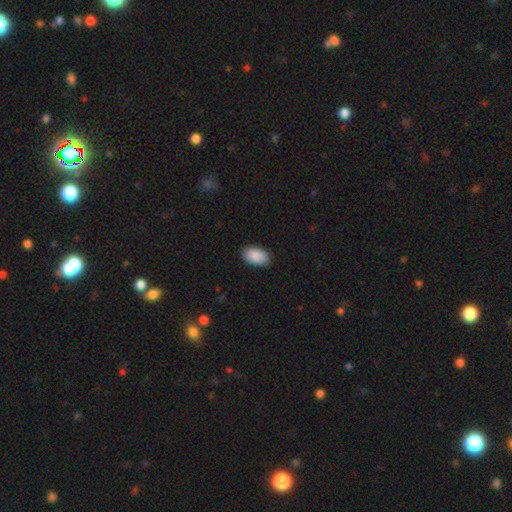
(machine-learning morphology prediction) Smooth or featured: smooth — 91% (star or artifact — 6%)
How rounded: in between — 95% (round — 4%)
Merging: none — 89% (minor disturbance — 8%)